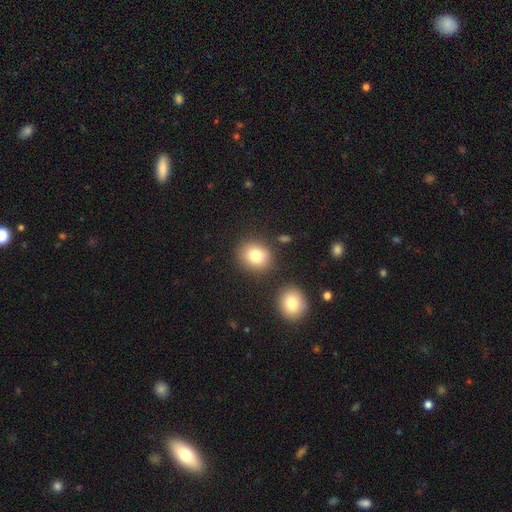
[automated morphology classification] Smooth or featured?
  - smooth: 80% *
  - star or artifact: 10%
  - featured or disk: 9%
How rounded?
  - round: 77% *
  - in between: 23%
  - cigar-shaped: 1%
Merging?
  - none: 82% *
  - minor disturbance: 8%
  - merger: 7%
  - major disturbance: 3%